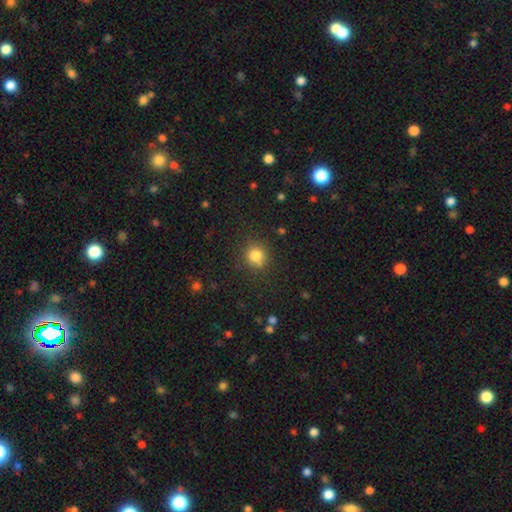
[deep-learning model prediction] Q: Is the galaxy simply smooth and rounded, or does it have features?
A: smooth — 81%.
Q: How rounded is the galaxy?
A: round — 87%.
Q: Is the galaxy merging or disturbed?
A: none — 77%.